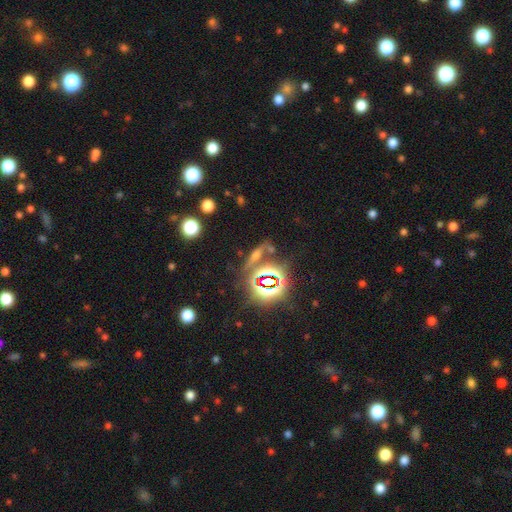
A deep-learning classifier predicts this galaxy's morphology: star or artifact 45%, smooth 33%, featured or disk 22%.